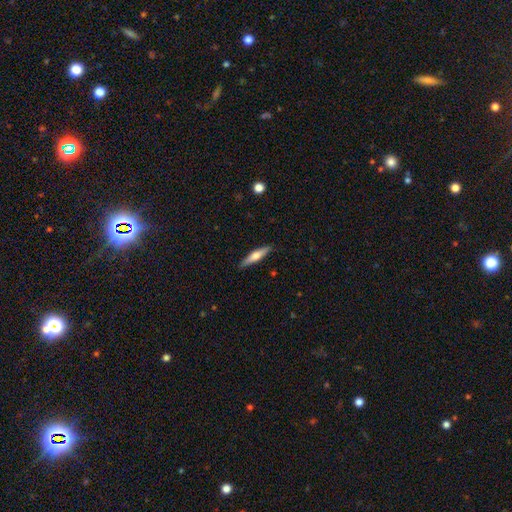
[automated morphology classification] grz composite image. It shows a smooth galaxy with no disk features (49%). Merging: none (89%).